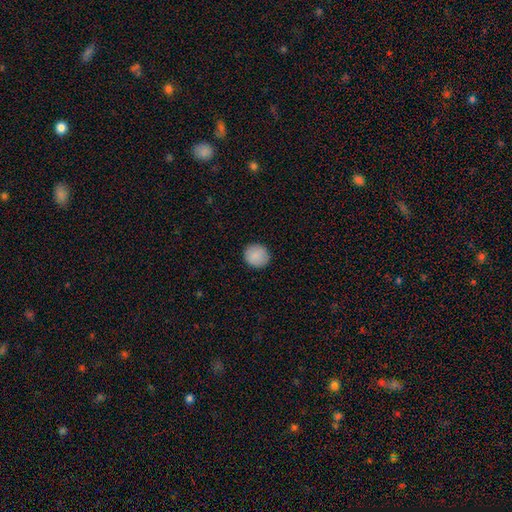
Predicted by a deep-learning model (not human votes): smooth-or-featured: smooth: 89% | star or artifact: 7% | featured or disk: 4%
  how-rounded: round: 91% | in between: 8% | cigar-shaped: 1%
  merging: none: 91% | minor disturbance: 6% | major disturbance: 2% | merger: 1%